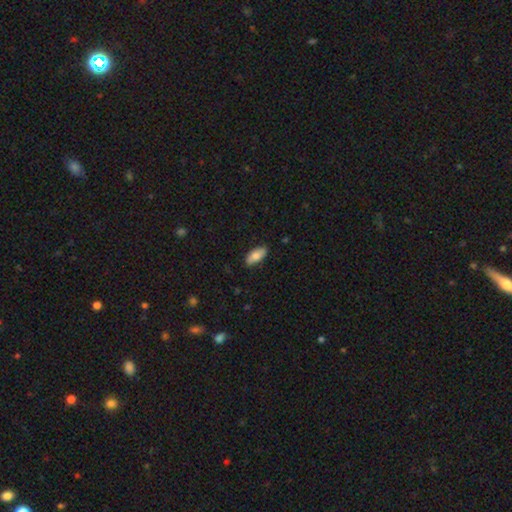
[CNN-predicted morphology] Smooth or featured?
  - smooth: 75% *
  - featured or disk: 19%
  - star or artifact: 6%
How rounded?
  - in between: 90% *
  - cigar-shaped: 8%
  - round: 2%
Merging?
  - none: 85% *
  - minor disturbance: 12%
  - major disturbance: 2%
  - merger: 1%